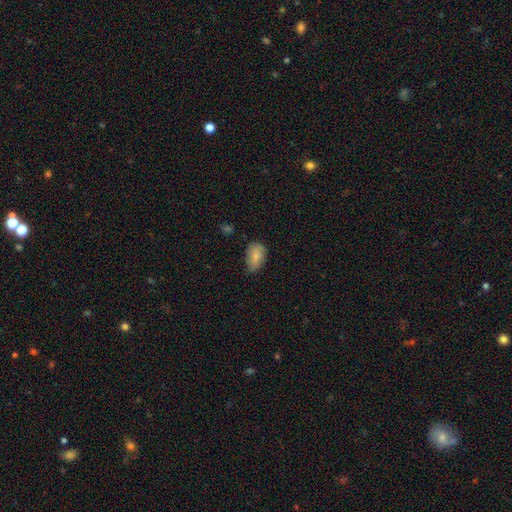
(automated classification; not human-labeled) Q: Smooth or featured?
A: smooth (81%); runner-up: featured or disk (11%)
Q: How rounded?
A: in between (90%); runner-up: round (9%)
Q: Merging?
A: none (63%); runner-up: minor disturbance (30%)